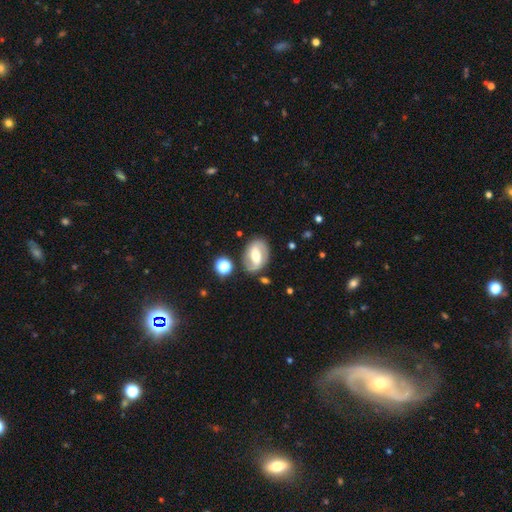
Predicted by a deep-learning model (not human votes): featured or disk 71%, smooth 23%, star or artifact 6%. Down the decision tree: edge-on disk — no (96%); bar — weak (40%, tied with strong); spiral arms — yes (84%); spiral arm count — 2 (87%); spiral winding — medium (44%); bulge size — moderate (64%); merging — none (79%).